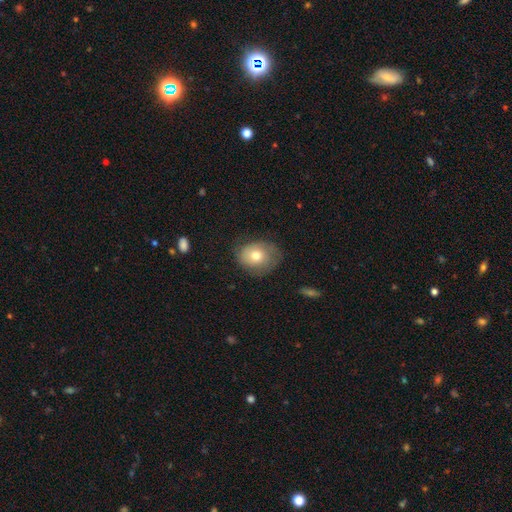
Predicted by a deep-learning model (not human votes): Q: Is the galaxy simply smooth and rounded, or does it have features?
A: smooth — 68%.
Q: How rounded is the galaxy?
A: round — 50%.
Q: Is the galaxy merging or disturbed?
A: none — 67%.